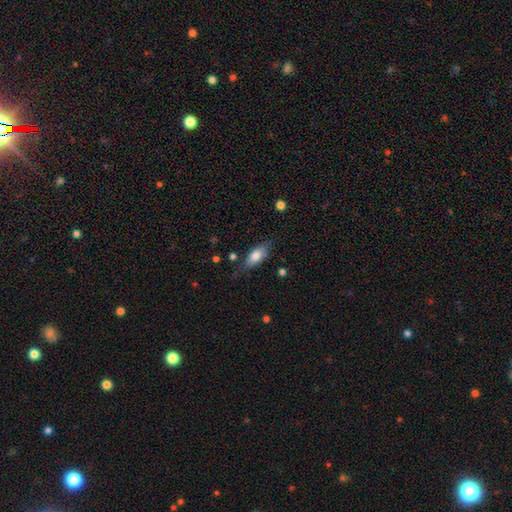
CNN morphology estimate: smooth-or-featured: smooth: 73% | featured or disk: 21% | star or artifact: 7%
  how-rounded: in between: 78% | cigar-shaped: 19% | round: 3%
  merging: none: 72% | minor disturbance: 21% | major disturbance: 5% | merger: 2%